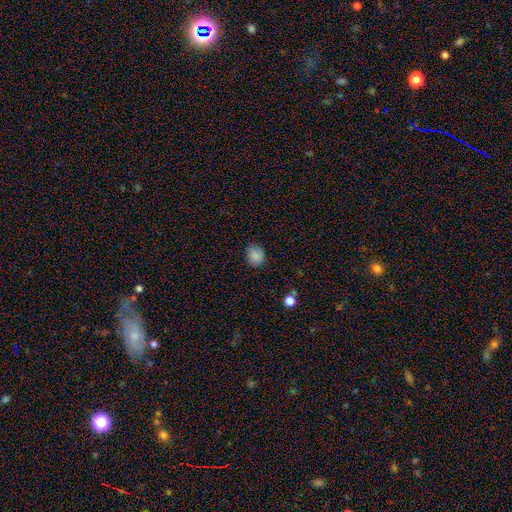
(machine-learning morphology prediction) This appears to be a smooth galaxy with no disk features (85%) that is round (67%). Merging: none (73%).